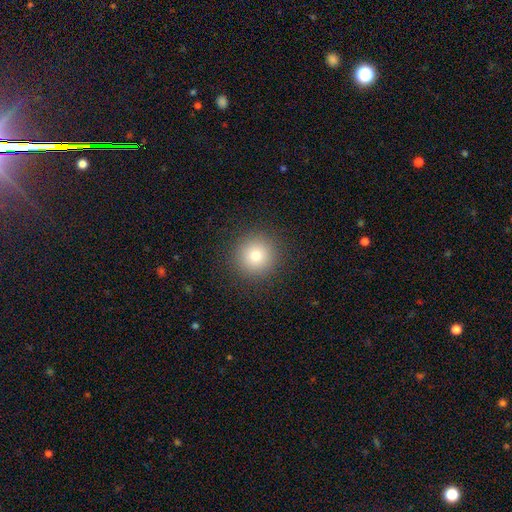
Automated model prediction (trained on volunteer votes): Q: Smooth or featured?
A: smooth (80%); runner-up: star or artifact (13%)
Q: How rounded?
A: round (95%); runner-up: in between (4%)
Q: Merging?
A: none (92%); runner-up: minor disturbance (5%)